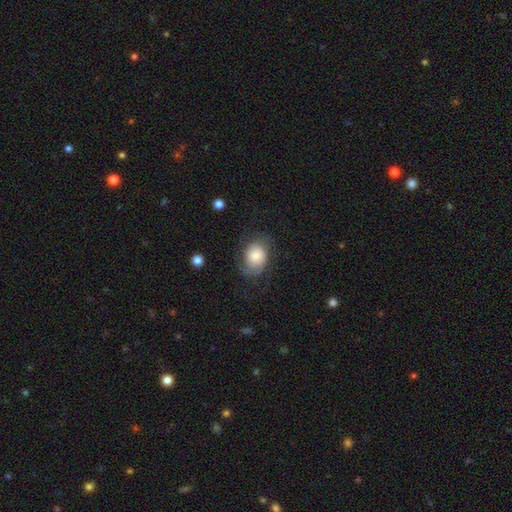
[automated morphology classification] smooth-or-featured: smooth: 53% | featured or disk: 39% | star or artifact: 8%
  how-rounded: in between: 58% | round: 41% | cigar-shaped: 1%
  merging: none: 59% | minor disturbance: 23% | major disturbance: 17% | merger: 1%